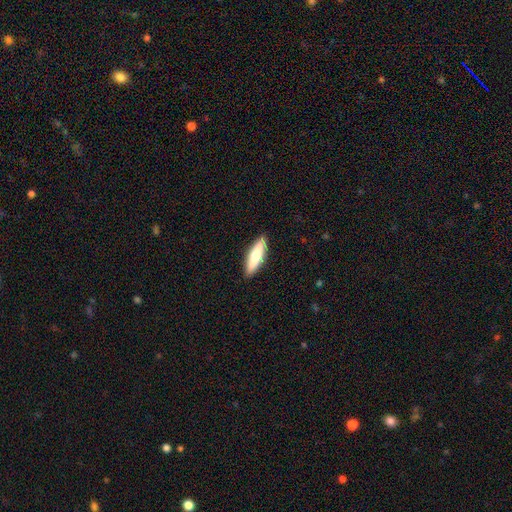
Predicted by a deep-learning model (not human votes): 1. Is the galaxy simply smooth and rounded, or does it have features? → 71% smooth, 24% featured or disk, 5% star or artifact.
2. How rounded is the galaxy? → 66% cigar-shaped, 32% in between, 2% round.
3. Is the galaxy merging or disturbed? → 89% none, 8% minor disturbance, 2% major disturbance, 1% merger.